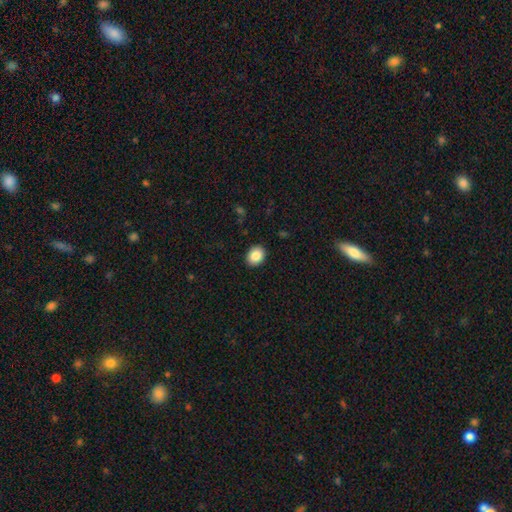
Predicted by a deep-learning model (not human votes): smooth-or-featured: smooth: 87% | star or artifact: 8% | featured or disk: 5%
  how-rounded: in between: 53% | round: 46% | cigar-shaped: 1%
  merging: none: 91% | minor disturbance: 6% | major disturbance: 2% | merger: 1%